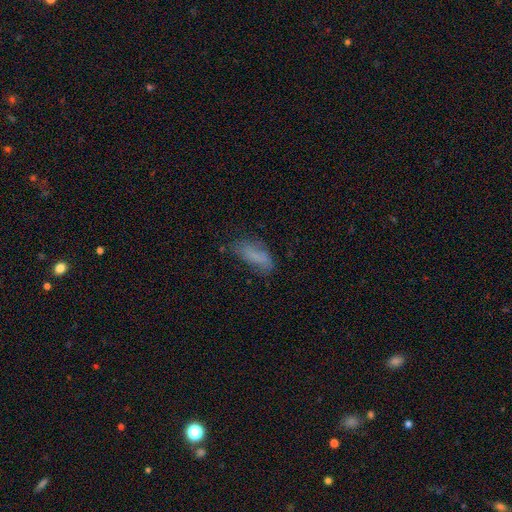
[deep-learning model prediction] Morphology: type=smooth (73%); roundness=in between (73%); merging=none (54%).